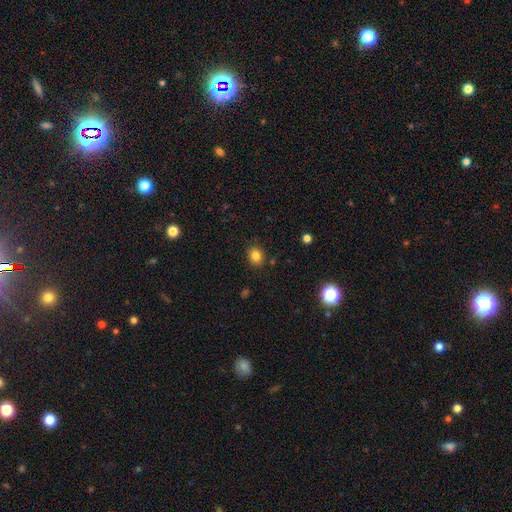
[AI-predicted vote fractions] A smooth galaxy with no disk features (83%) that is round (62%).

Vote fractions:
- Smooth or featured? smooth: 83% / star or artifact: 12% / featured or disk: 6%
- How rounded? round: 62% / in between: 37% / cigar-shaped: 1%
- Merging? none: 87% / minor disturbance: 9% / major disturbance: 2% / merger: 2%